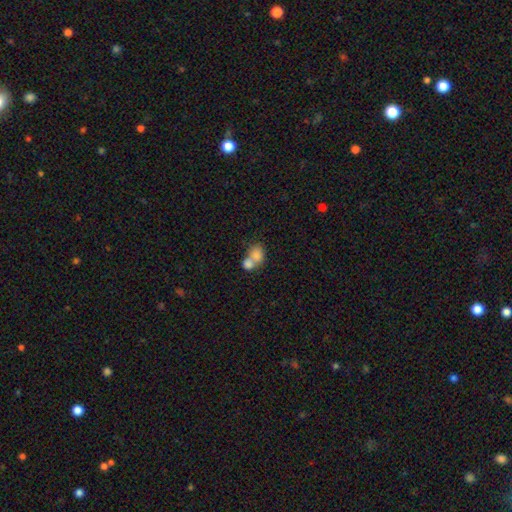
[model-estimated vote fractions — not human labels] Smooth or featured? smooth (77%)
How rounded? round (50%)
Merging? merger (69%)